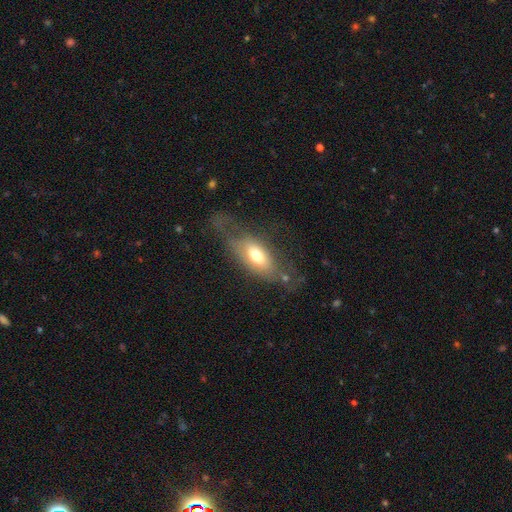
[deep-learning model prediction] Smooth or featured: smooth — 54% (featured or disk — 39%)
How rounded: in between — 82% (cigar-shaped — 13%)
Merging: none — 42% (major disturbance — 31%)